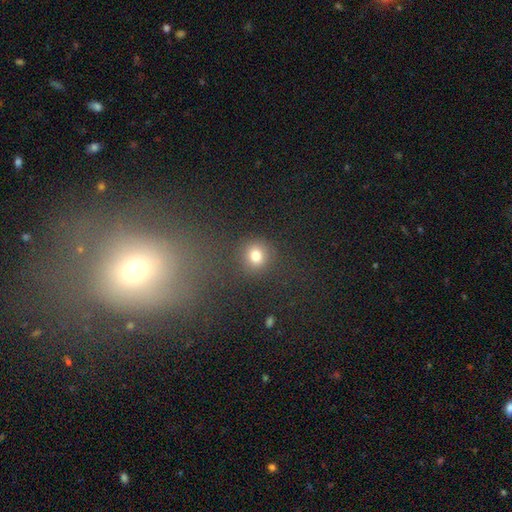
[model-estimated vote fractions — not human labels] smooth-or-featured: smooth: 77% | star or artifact: 16% | featured or disk: 7%
  how-rounded: round: 85% | in between: 14% | cigar-shaped: 1%
  merging: none: 82% | minor disturbance: 9% | merger: 5% | major disturbance: 5%